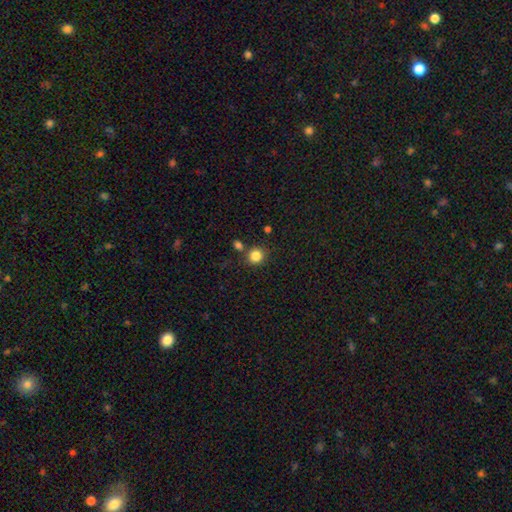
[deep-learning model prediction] A smooth galaxy with no disk features (84%) that is round (88%). Merging: none (77%).